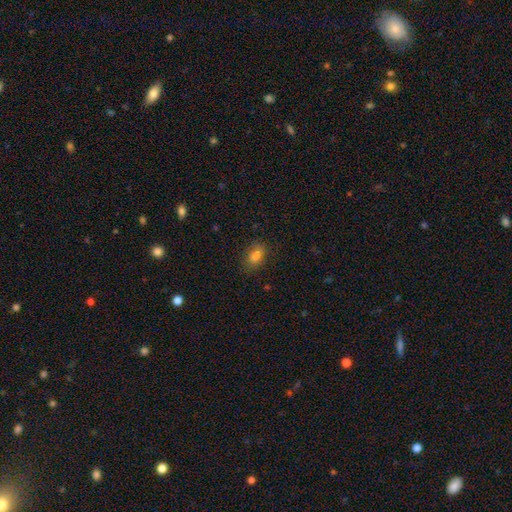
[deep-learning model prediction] A smooth galaxy with no disk features (82%) that is in between round and cigar-shaped (85%).

Vote fractions:
- Smooth or featured? smooth: 82% / star or artifact: 11% / featured or disk: 7%
- How rounded? in between: 85% / round: 11% / cigar-shaped: 4%
- Merging? none: 78% / minor disturbance: 16% / major disturbance: 4% / merger: 2%